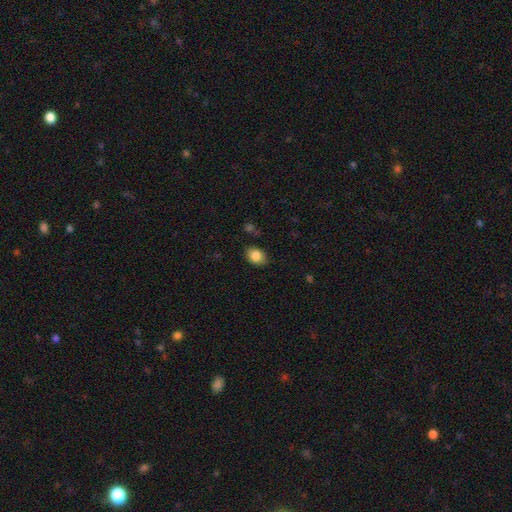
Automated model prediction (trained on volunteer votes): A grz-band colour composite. It shows a smooth galaxy with no disk features (85%) that is in between round and cigar-shaped (61%). Merging: none (81%).